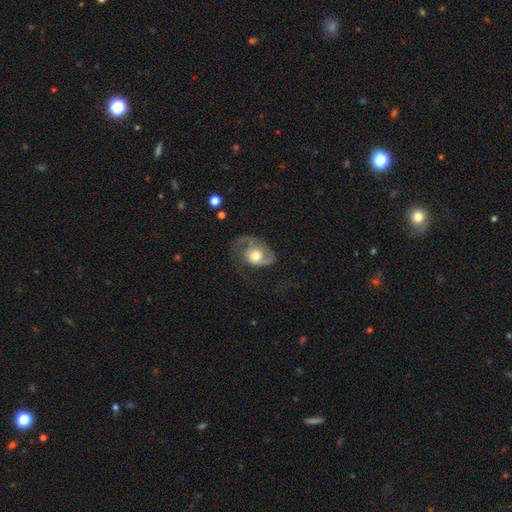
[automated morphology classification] Smooth or featured? Predicted: featured or disk (p=0.56). Edge-on disk? Predicted: no (p=0.96). Bar? Predicted: no (p=0.77). Spiral arms? Predicted: yes (p=0.80). Bulge size? Predicted: moderate (p=0.61). Merging? Predicted: major disturbance (p=0.40).